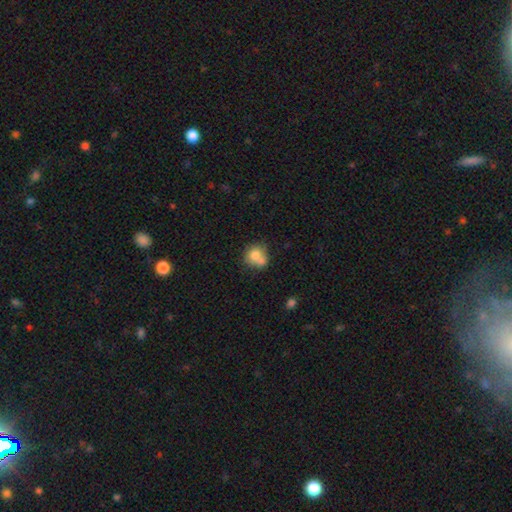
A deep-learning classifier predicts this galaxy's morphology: A smooth galaxy with no disk features (75%) that is round (76%). Merging: merger (42%).